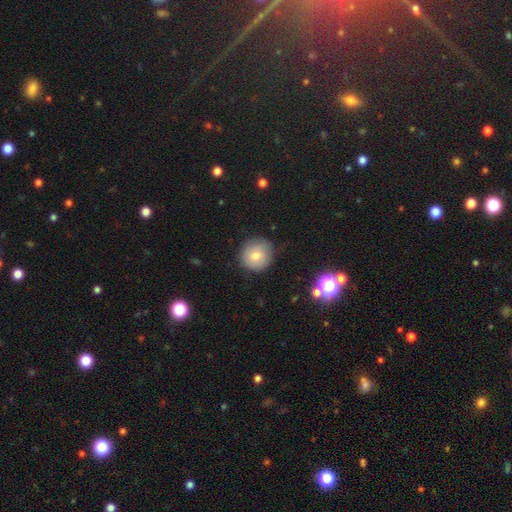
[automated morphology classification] The model was most divided on "smooth or featured": smooth: 73%, featured or disk: 16%, star or artifact: 11%. More confident: how rounded — round (92%); merging — none (82%).